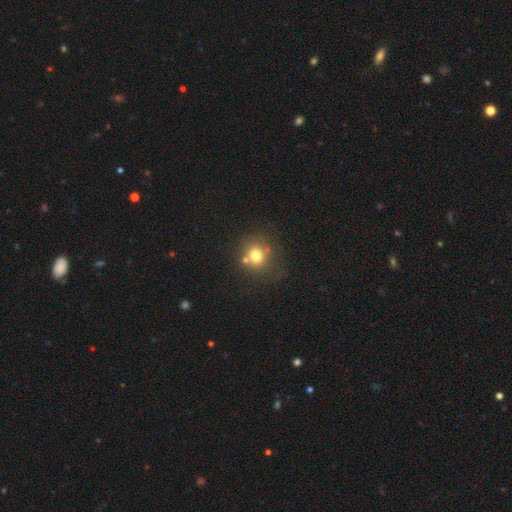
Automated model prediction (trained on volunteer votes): smooth_or_featured: smooth (p=0.73) [alt: featured or disk p=0.14]
how_rounded: round (p=0.83) [alt: in between p=0.16]
merging: none (p=0.61) [alt: merger p=0.19]